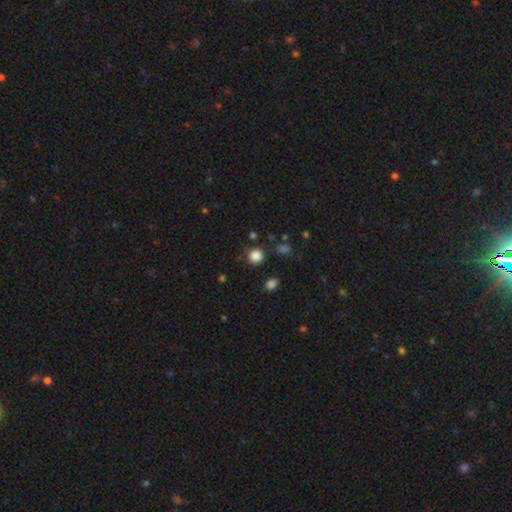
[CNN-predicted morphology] smooth_or_featured: smooth (p=0.84) [alt: star or artifact p=0.12]
how_rounded: round (p=0.87) [alt: in between p=0.12]
merging: none (p=0.83) [alt: minor disturbance p=0.10]